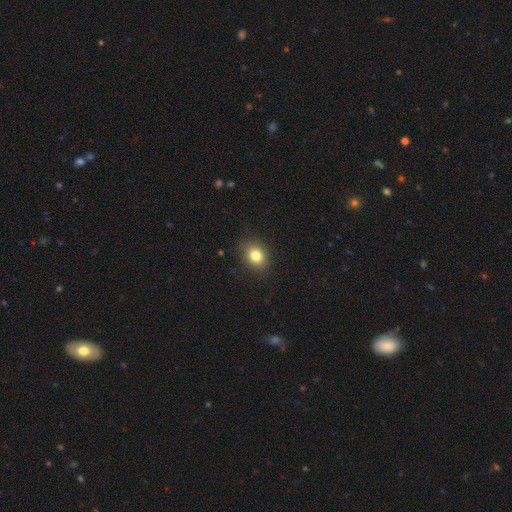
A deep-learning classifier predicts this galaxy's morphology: A smooth galaxy with no disk features (81%) that is in between round and cigar-shaped (50%). Merging: none (86%).